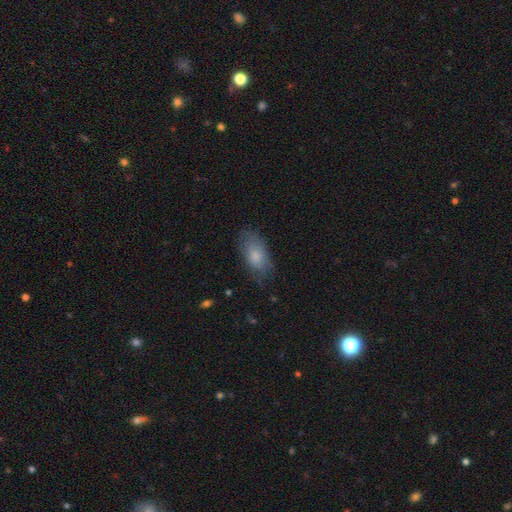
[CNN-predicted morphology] Smooth or featured? Predicted: smooth (p=0.78). How rounded? Predicted: in between (p=0.91). Merging? Predicted: none (p=0.69).